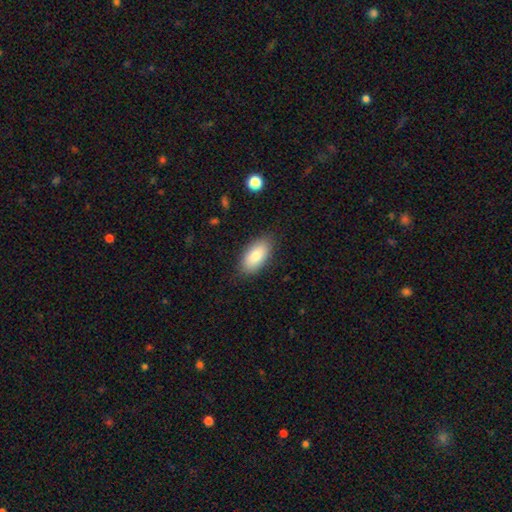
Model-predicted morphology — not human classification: The model was most divided on "smooth or featured": smooth: 83%, featured or disk: 11%, star or artifact: 6%. More confident: how rounded — in between (94%); merging — none (85%).